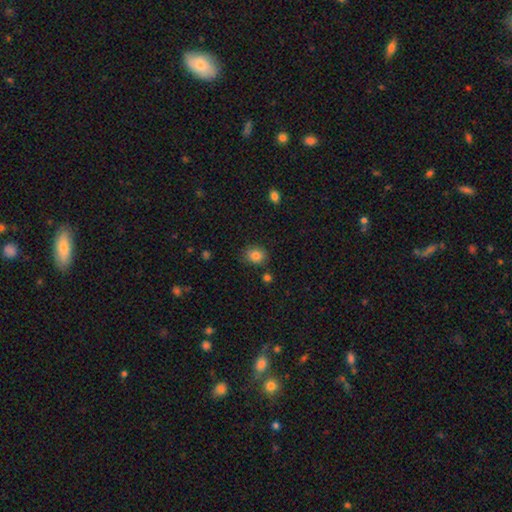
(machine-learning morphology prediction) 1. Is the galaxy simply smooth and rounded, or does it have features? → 83% smooth, 11% star or artifact, 6% featured or disk.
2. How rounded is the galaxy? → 67% round, 33% in between, 1% cigar-shaped.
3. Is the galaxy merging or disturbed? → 82% none, 12% minor disturbance, 4% merger, 3% major disturbance.